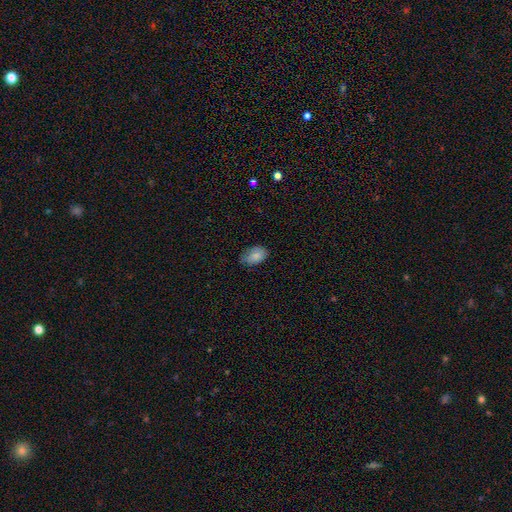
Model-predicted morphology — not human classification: smooth-or-featured: smooth: 83% | featured or disk: 9% | star or artifact: 7%
  how-rounded: in between: 89% | round: 10% | cigar-shaped: 1%
  merging: none: 67% | minor disturbance: 27% | major disturbance: 5% | merger: 1%